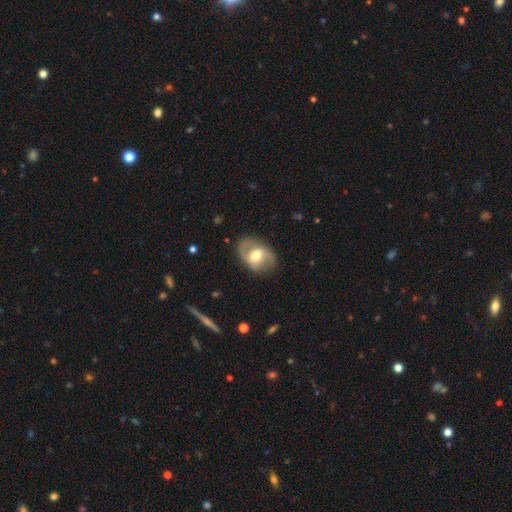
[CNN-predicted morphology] A featured or disk galaxy (68%) with a weak bar (46%), 2 (83%) medium (49%) spiral arms (80%) and a moderate central bulge (66%). Merging: none (76%).